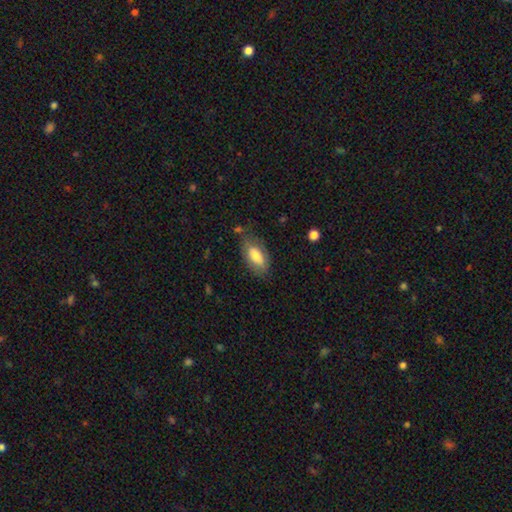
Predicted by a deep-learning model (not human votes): Overall: smooth (73%). How rounded: in between (91%). Merging: none (70%).